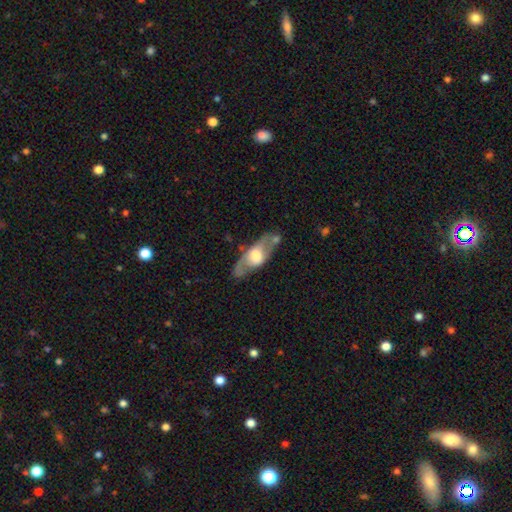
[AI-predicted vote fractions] Q: Smooth or featured?
A: featured or disk (60%); runner-up: smooth (34%)
Q: Edge-on disk?
A: no (61%); runner-up: yes (39%)
Q: Merging?
A: none (69%); runner-up: minor disturbance (18%)